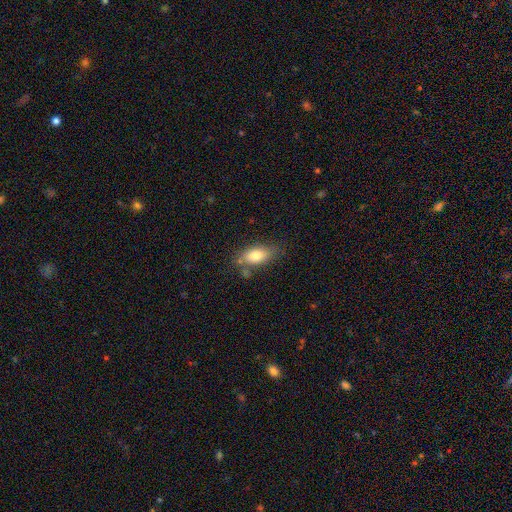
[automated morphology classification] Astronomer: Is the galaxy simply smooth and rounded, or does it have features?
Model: smooth — 78%.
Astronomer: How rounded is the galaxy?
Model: in between — 84%.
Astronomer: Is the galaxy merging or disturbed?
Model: none — 66%.